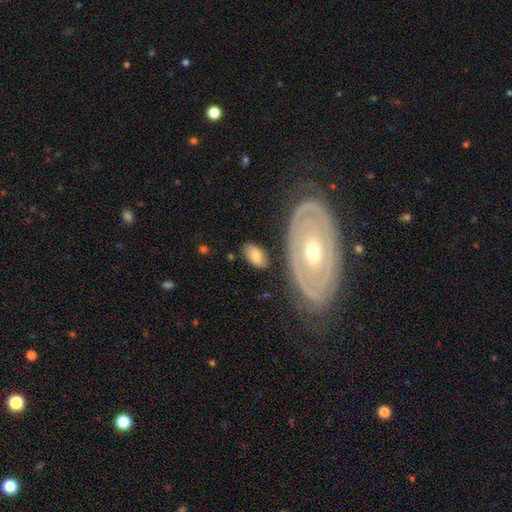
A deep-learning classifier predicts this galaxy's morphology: Smooth or featured: smooth — 67% (featured or disk — 27%)
How rounded: in between — 91% (round — 6%)
Merging: none — 76% (minor disturbance — 14%)